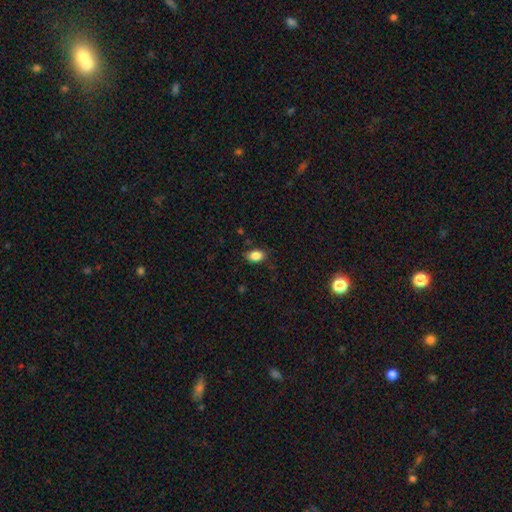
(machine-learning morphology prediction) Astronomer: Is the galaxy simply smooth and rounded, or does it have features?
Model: smooth — 86%.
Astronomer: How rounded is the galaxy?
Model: in between — 79%.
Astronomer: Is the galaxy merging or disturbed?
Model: none — 77%.